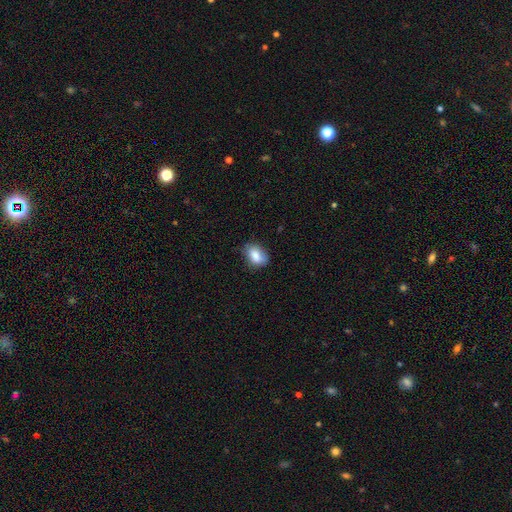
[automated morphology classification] Smooth or featured?
  - smooth: 83% *
  - featured or disk: 9%
  - star or artifact: 8%
How rounded?
  - in between: 79% *
  - round: 20%
  - cigar-shaped: 1%
Merging?
  - none: 68% *
  - minor disturbance: 26%
  - major disturbance: 5%
  - merger: 1%